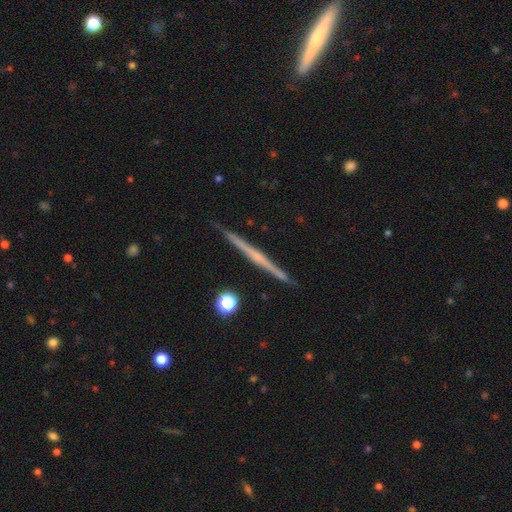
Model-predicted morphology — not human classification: The model was most divided on "edge-on bulge": none: 69%, rounded: 24%, boxy: 7%. More confident: edge-on disk — yes (98%); merging — none (91%); smooth or featured — featured or disk (70%).